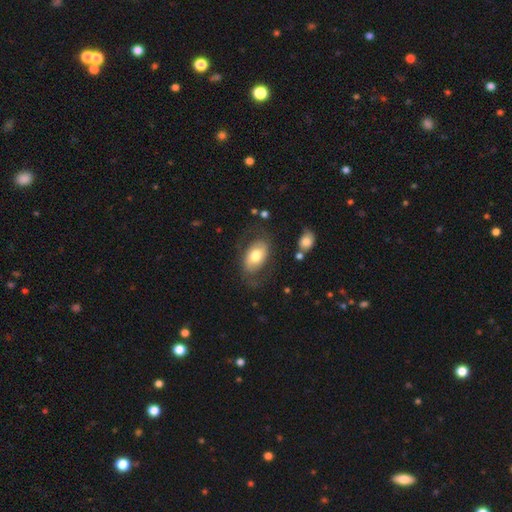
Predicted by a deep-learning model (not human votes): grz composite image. It shows a smooth galaxy with no disk features (53%) that is in between round and cigar-shaped (91%). Merging: none (65%).